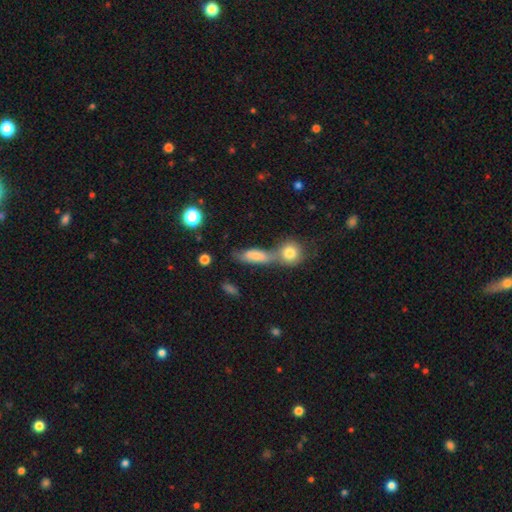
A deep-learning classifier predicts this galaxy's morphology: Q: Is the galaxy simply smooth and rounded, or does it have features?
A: smooth — 70%.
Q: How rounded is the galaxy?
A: in between — 61%.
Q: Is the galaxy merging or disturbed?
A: merger — 44%.